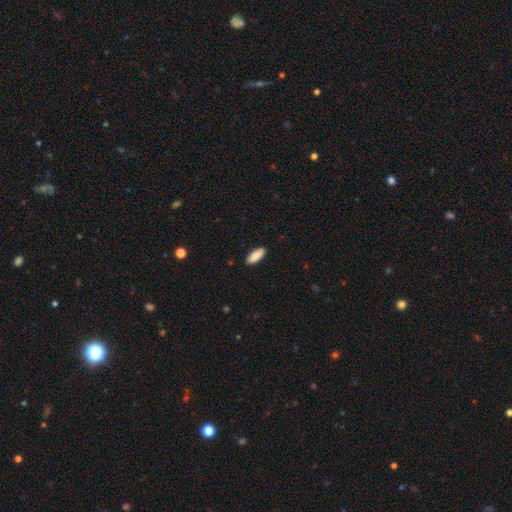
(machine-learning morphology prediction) Overall: smooth (88%). How rounded: in between (66%; cigar-shaped 32%). Merging: none (89%).